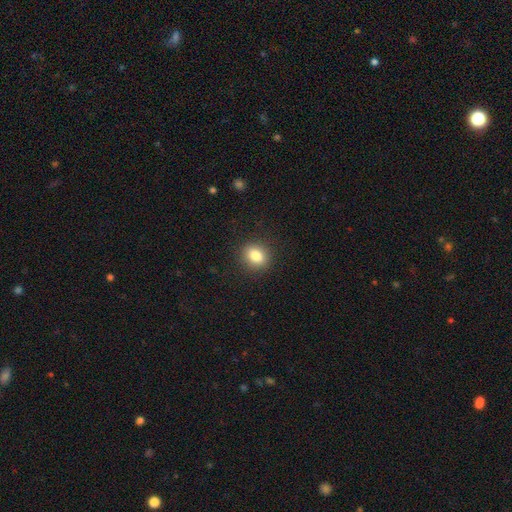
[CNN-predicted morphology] smooth 83%, star or artifact 10%, featured or disk 7%. Down the decision tree: how rounded — round (65%); merging — none (89%).